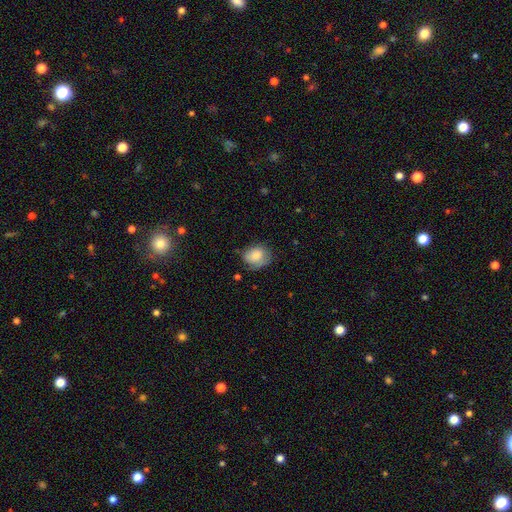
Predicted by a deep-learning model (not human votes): Morphology: type=smooth (78%); roundness=round (53%); merging=none (59%).